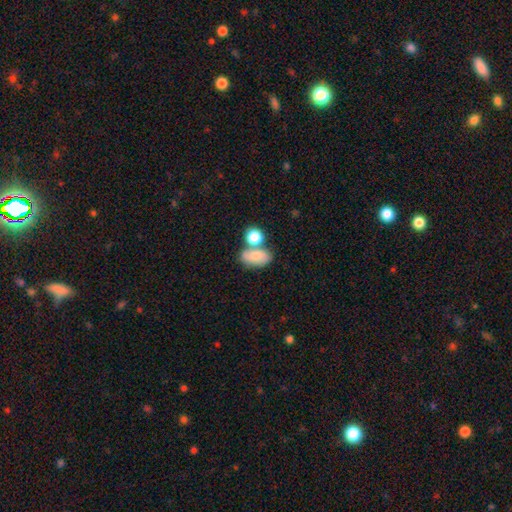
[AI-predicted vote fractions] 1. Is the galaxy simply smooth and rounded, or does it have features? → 75% smooth, 16% featured or disk, 9% star or artifact.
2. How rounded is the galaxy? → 84% in between, 14% round, 2% cigar-shaped.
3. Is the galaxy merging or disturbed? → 44% none, 36% merger, 14% minor disturbance, 6% major disturbance.